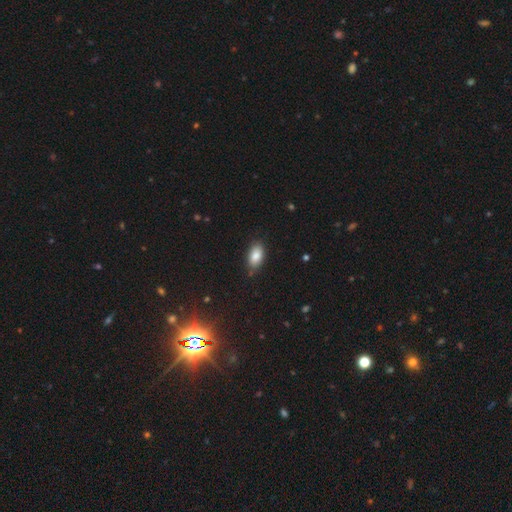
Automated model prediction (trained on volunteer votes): Morphology: type=smooth (86%); roundness=in between (92%); merging=none (82%).